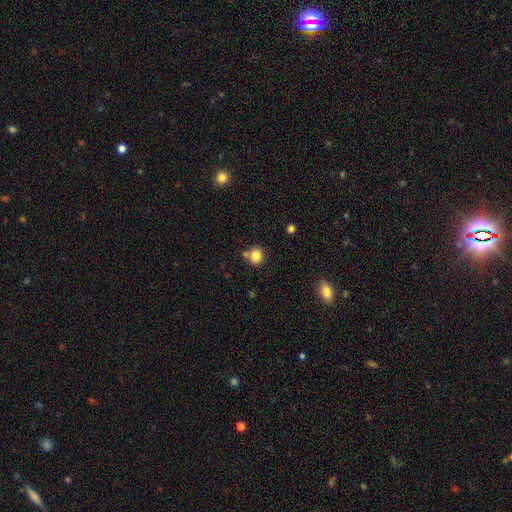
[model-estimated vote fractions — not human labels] Q: Smooth or featured?
A: smooth (83%); runner-up: star or artifact (11%)
Q: How rounded?
A: round (86%); runner-up: in between (13%)
Q: Merging?
A: none (68%); runner-up: merger (18%)